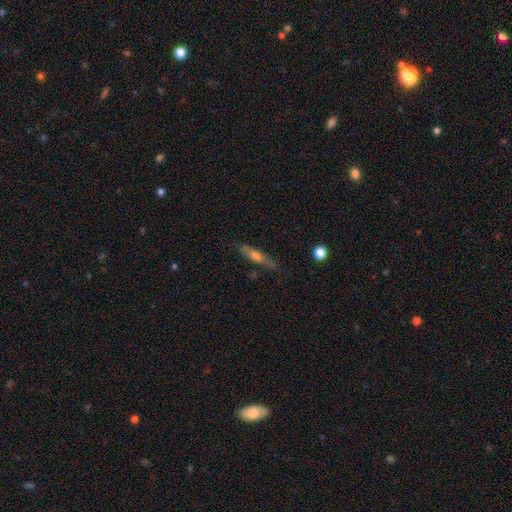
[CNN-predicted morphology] type=featured or disk (59%); edge-on=yes (87%); edge-on bulge=rounded (81%); merging=none (80%).